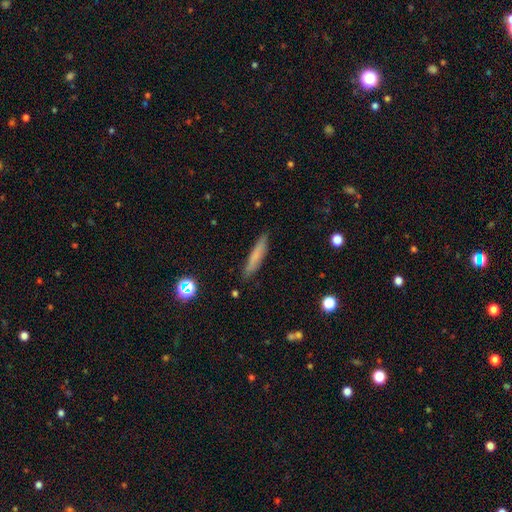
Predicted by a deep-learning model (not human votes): A smooth galaxy with no disk features (73%) that is cigar-shaped (89%). Merging: none (87%).